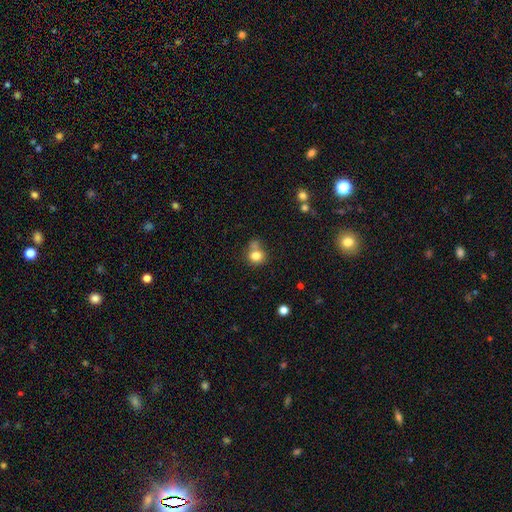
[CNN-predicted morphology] Smooth or featured? smooth (80%)
How rounded? round (79%)
Merging? none (50%)